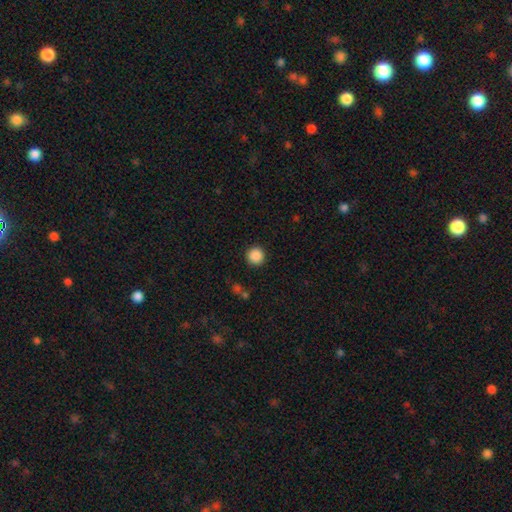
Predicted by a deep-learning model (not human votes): Overall: smooth (88%). How rounded: round (96%). Merging: none (92%).